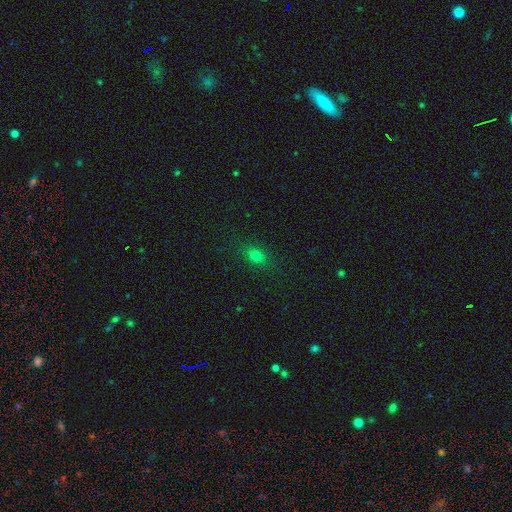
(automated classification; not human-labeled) Smooth or featured? smooth (75%)
How rounded? in between (61%)
Merging? none (85%)